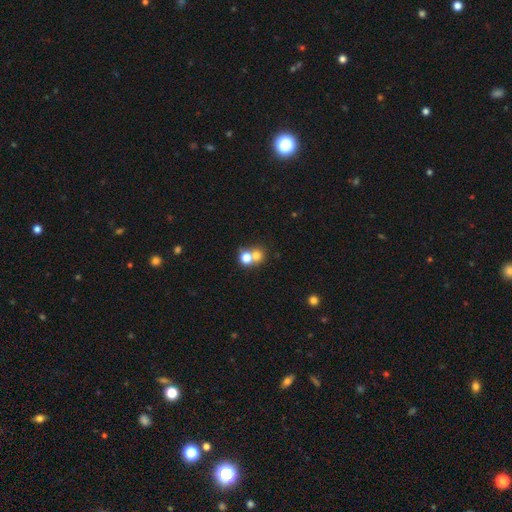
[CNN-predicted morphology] Smooth or featured? Predicted: smooth (p=0.72). How rounded? Predicted: round (p=0.80). Merging? Predicted: merger (p=0.54).